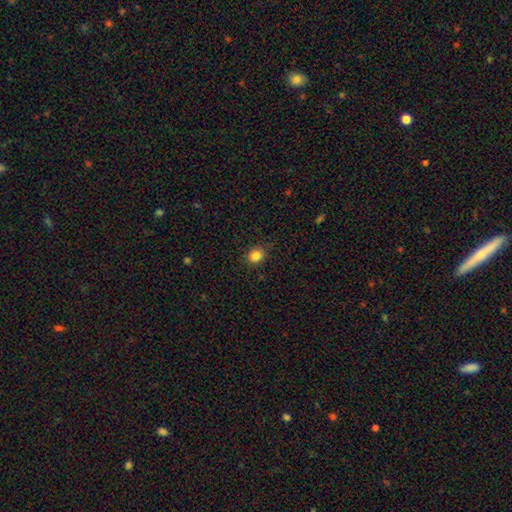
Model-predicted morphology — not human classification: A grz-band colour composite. It shows a smooth galaxy with no disk features (84%) that is round (58%). Merging: none (84%).